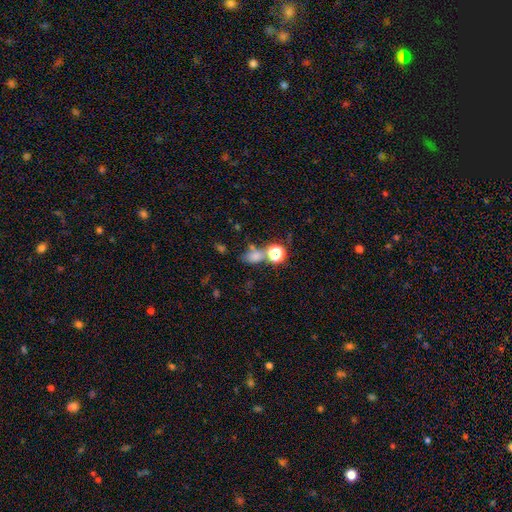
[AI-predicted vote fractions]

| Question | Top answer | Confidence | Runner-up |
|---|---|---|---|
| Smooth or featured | smooth | 62% | star or artifact (28%) |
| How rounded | in between | 57% | round (40%) |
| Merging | none | 52% | merger (25%) |